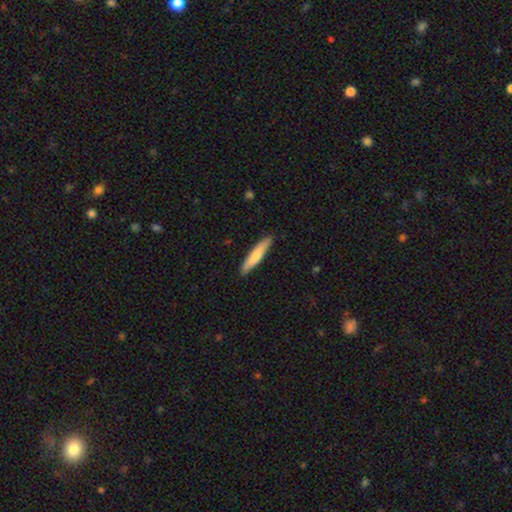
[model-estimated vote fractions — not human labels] Smooth or featured: smooth — 70% (featured or disk — 25%)
How rounded: cigar-shaped — 88% (in between — 11%)
Merging: none — 89% (minor disturbance — 8%)